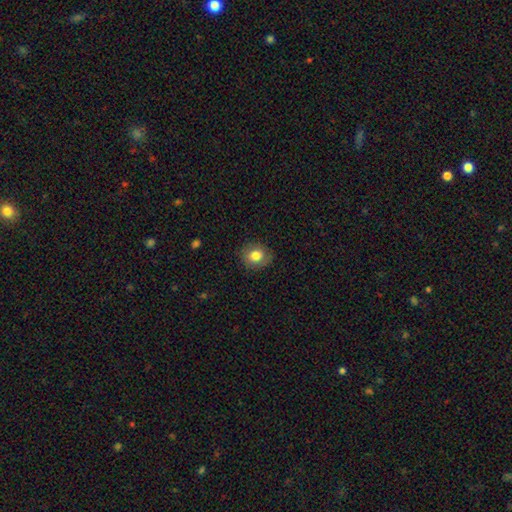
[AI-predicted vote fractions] Smooth or featured? Predicted: smooth (p=0.80). How rounded? Predicted: round (p=0.70). Merging? Predicted: none (p=0.83).